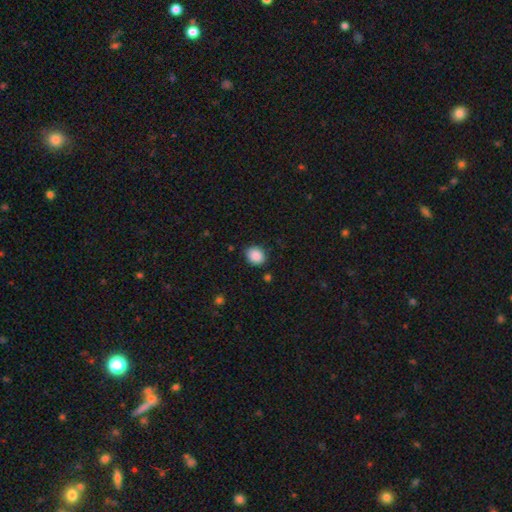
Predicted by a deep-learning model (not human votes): Smooth or featured: smooth — 89% (star or artifact — 8%)
How rounded: round — 58% (in between — 41%)
Merging: none — 85% (minor disturbance — 11%)